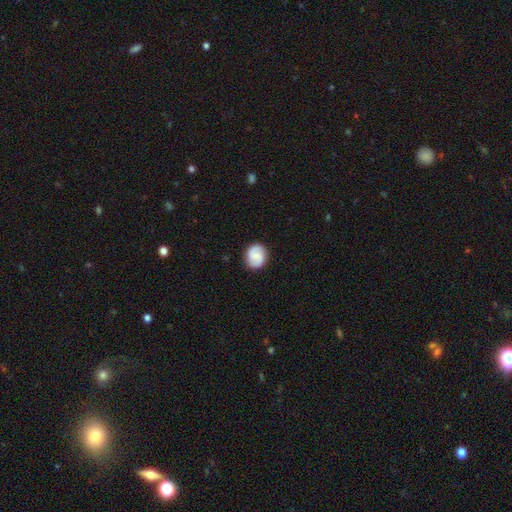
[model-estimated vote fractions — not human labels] smooth-or-featured: featured or disk: 50% | smooth: 42% | star or artifact: 8%
  disk-edge-on: no: 98% | yes: 2%
  merging: none: 87% | minor disturbance: 10% | major disturbance: 3% | merger: 1%